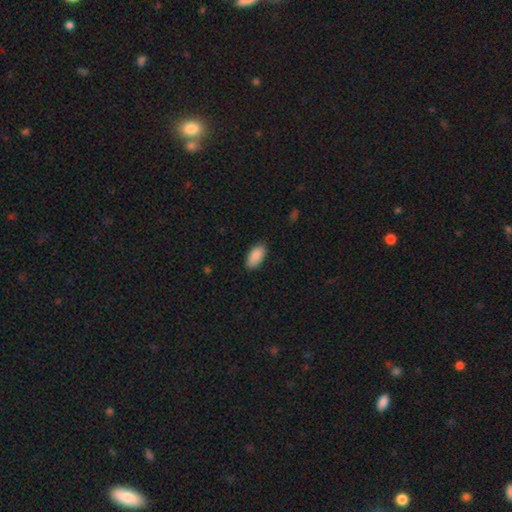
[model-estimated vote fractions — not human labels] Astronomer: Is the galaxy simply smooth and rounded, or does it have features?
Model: smooth — 90%.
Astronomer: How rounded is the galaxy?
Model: in between — 94%.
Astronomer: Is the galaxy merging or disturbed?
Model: none — 87%.